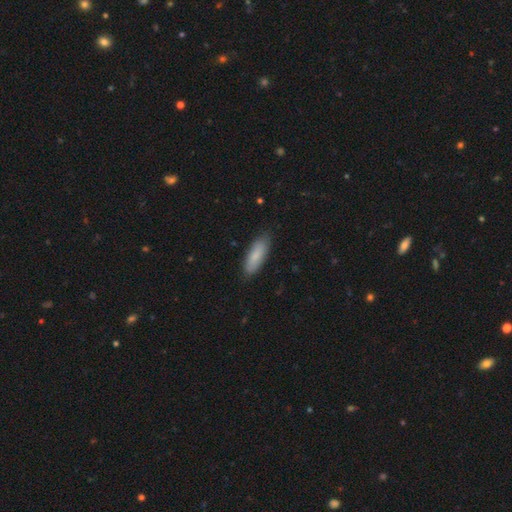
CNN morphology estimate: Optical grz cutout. It shows a smooth galaxy with no disk features (83%) that is in between round and cigar-shaped (61%). Merging: none (83%).